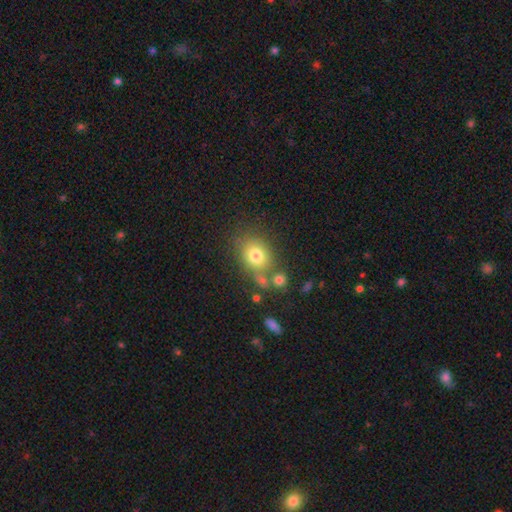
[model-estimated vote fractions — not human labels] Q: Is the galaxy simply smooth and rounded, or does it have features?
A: smooth — 76%.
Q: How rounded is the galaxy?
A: round — 55%.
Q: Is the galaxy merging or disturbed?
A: none — 62%.